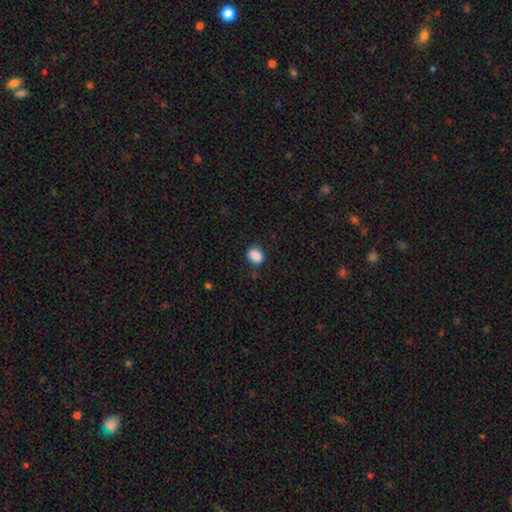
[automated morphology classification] type=smooth (88%); roundness=in between (68%); merging=none (81%).